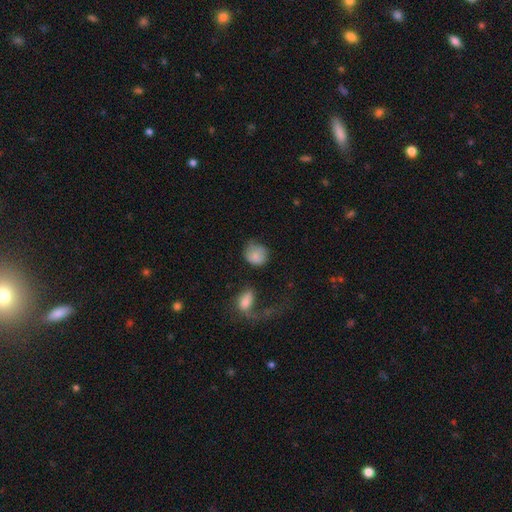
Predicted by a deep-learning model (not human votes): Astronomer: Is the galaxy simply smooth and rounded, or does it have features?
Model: smooth — 81%.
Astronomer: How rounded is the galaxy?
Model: round — 72%.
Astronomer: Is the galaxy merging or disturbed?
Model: none — 52%.